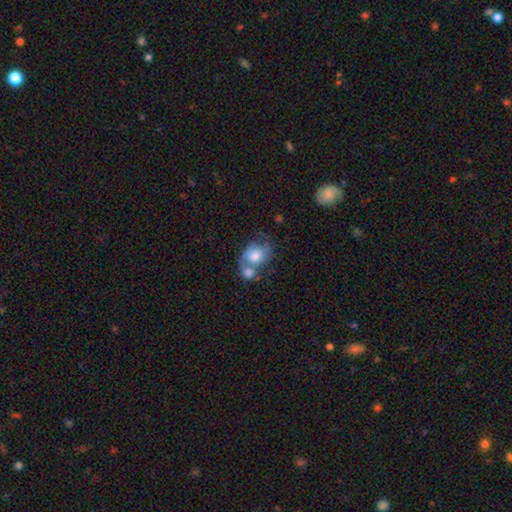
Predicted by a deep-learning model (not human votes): This is possibly a smooth galaxy (51%). How rounded: possibly in between (53%). Merging: possibly merger (51%).